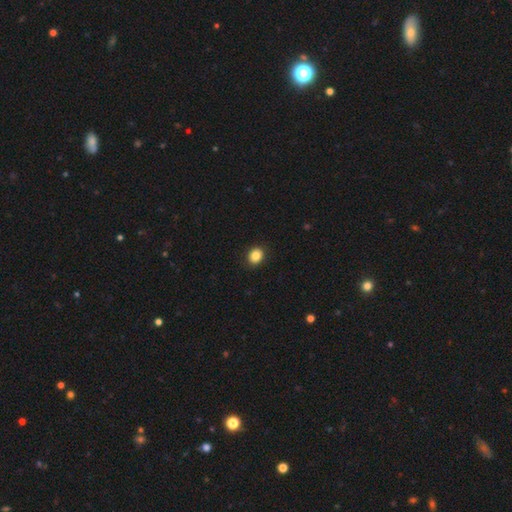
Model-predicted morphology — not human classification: Smooth or featured? Predicted: smooth (p=0.86). How rounded? Predicted: round (p=0.58). Merging? Predicted: none (p=0.90).